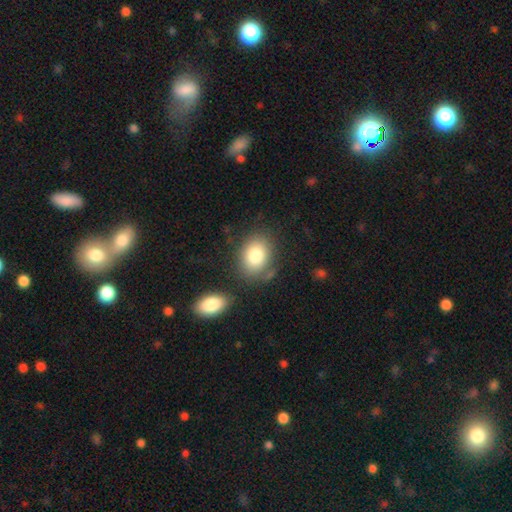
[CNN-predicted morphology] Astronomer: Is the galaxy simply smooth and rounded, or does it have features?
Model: smooth — 82%.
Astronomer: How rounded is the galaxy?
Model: in between — 69%.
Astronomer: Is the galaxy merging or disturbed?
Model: none — 74%.